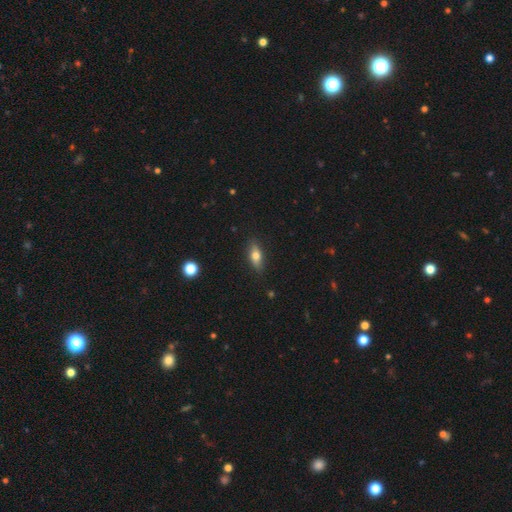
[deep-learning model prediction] Smooth or featured?
  - smooth: 66% *
  - featured or disk: 26%
  - star or artifact: 8%
How rounded?
  - in between: 69% *
  - cigar-shaped: 25%
  - round: 5%
Merging?
  - none: 86% *
  - minor disturbance: 11%
  - major disturbance: 2%
  - merger: 1%